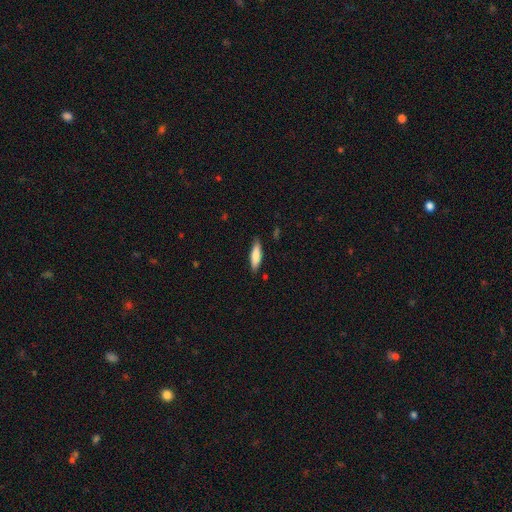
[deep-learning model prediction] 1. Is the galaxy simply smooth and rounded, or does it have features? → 80% smooth, 15% featured or disk, 6% star or artifact.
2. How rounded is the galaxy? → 67% cigar-shaped, 32% in between, 1% round.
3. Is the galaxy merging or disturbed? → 82% none, 14% minor disturbance, 2% major disturbance, 1% merger.